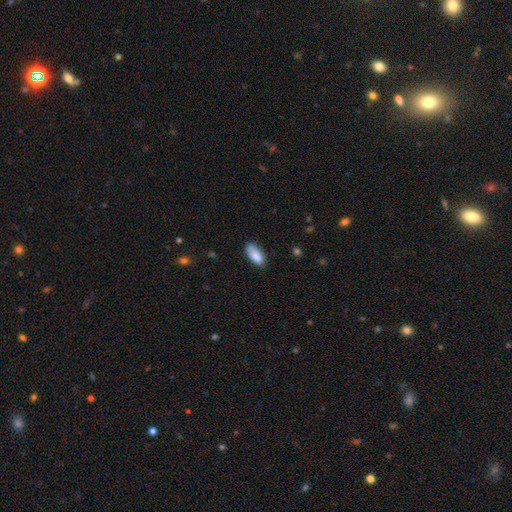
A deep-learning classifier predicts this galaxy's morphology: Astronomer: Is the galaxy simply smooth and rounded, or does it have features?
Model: smooth — 86%.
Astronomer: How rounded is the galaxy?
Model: in between — 86%.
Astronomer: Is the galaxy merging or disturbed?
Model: none — 69%.